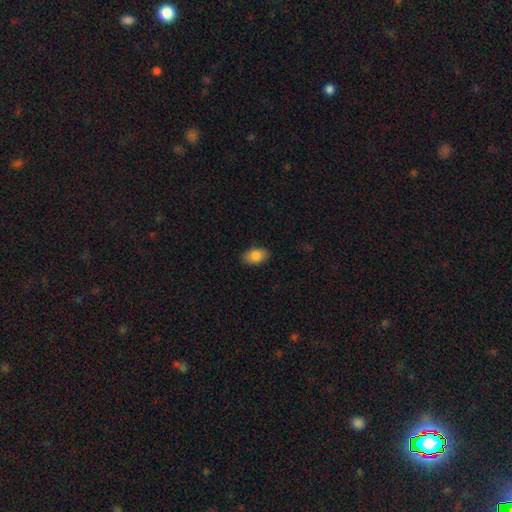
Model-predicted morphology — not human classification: Q: Smooth or featured?
A: smooth (86%); runner-up: star or artifact (8%)
Q: How rounded?
A: in between (88%); runner-up: round (11%)
Q: Merging?
A: none (87%); runner-up: minor disturbance (9%)